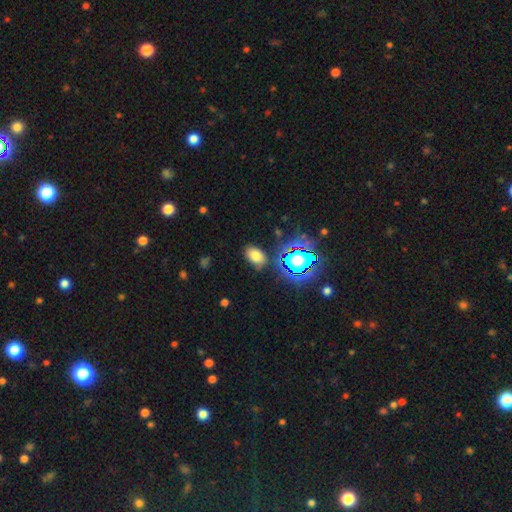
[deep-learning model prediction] This appears to be a smooth galaxy with no disk features (69%) that is in between round and cigar-shaped (84%). Merging: none (78%).